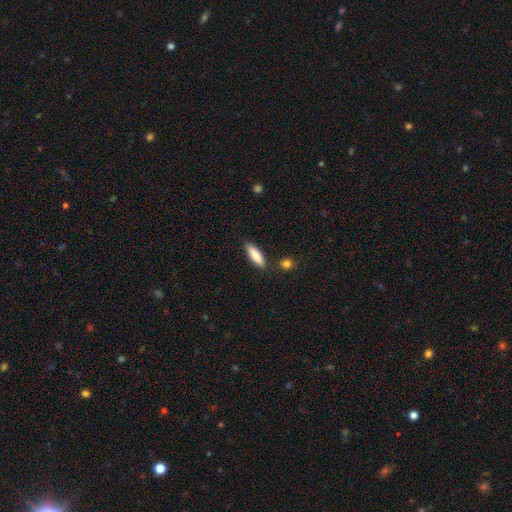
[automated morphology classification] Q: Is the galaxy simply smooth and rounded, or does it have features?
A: smooth — 84%.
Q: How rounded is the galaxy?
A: cigar-shaped — 54%.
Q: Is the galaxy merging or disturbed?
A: none — 83%.